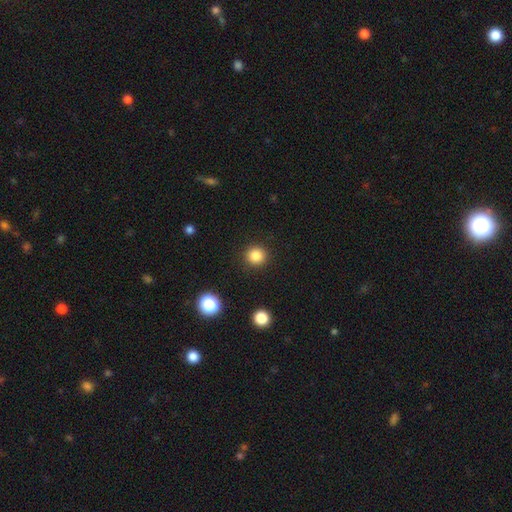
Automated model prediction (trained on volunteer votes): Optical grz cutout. It shows a smooth galaxy with no disk features (84%) that is round (93%). Merging: none (91%).